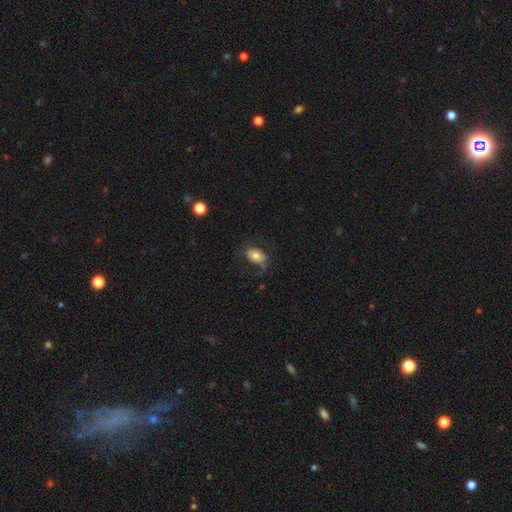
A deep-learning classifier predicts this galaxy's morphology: Smooth or featured? smooth (74%)
How rounded? in between (85%)
Merging? none (68%)